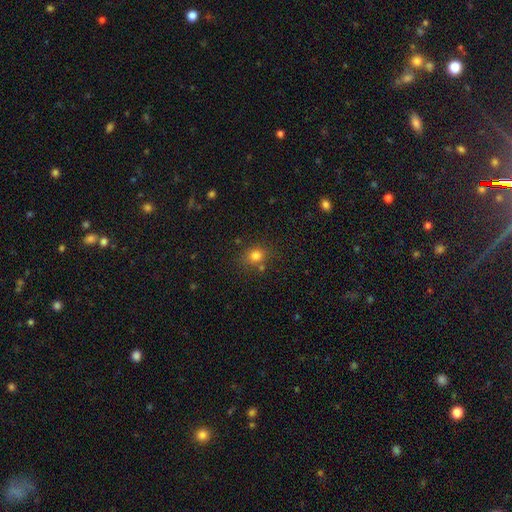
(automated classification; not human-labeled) The model was most divided on "how rounded": round: 67%, in between: 32%, cigar-shaped: 1%. More confident: smooth or featured — smooth (79%); merging — none (75%).